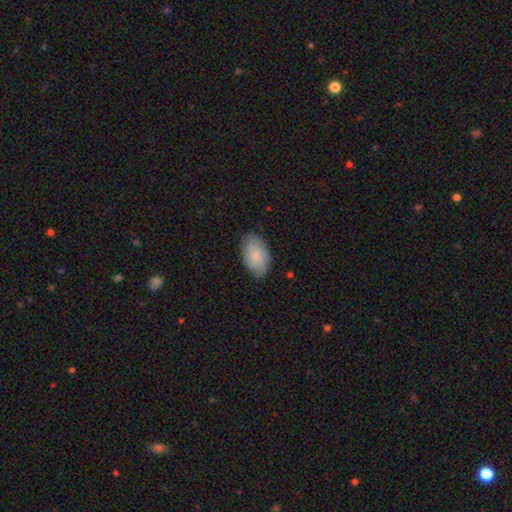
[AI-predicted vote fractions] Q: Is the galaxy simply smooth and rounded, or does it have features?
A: smooth — 78%.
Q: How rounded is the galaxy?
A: in between — 94%.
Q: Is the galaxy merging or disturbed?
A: none — 81%.